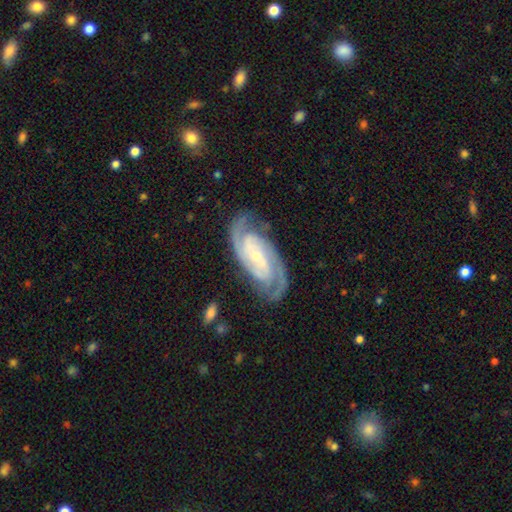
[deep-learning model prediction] smooth-or-featured: featured or disk: 91% | smooth: 4% | star or artifact: 4%
  disk-edge-on: no: 96% | yes: 4%
    bar: no: 43% | weak: 34% | strong: 22%
    has-spiral-arms: yes: 98% | no: 2%
      spiral-winding: tight: 58% | medium: 37% | loose: 5%
      spiral-arm-count: 2: 79% | 3: 10% | can't tell: 5% | 4: 2% | 1: 2% | more than 4: 2%
    bulge-size: small: 73% | moderate: 22% | none: 2% | large: 1% | dominant: 1%
  merging: none: 80% | minor disturbance: 14% | major disturbance: 4% | merger: 2%